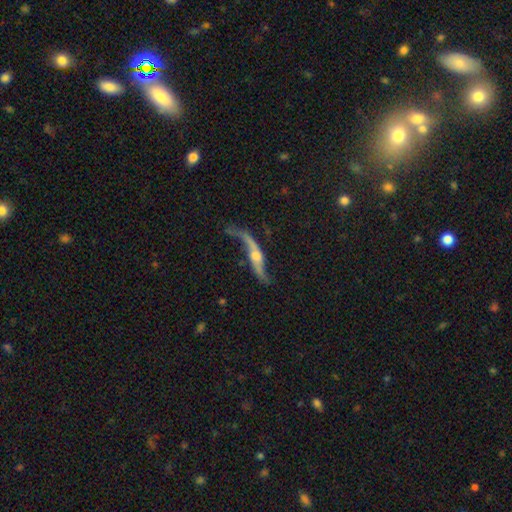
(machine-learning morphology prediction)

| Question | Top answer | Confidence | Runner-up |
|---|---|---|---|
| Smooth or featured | featured or disk | 85% | smooth (9%) |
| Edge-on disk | no | 72% | yes (28%) |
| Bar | no | 58% | weak (27%) |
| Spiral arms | yes | 93% | no (7%) |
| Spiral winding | loose | 94% | medium (4%) |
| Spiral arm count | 2 | 91% | 1 (5%) |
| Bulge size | moderate | 50% | small (36%) |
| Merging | none | 56% | minor disturbance (20%) |